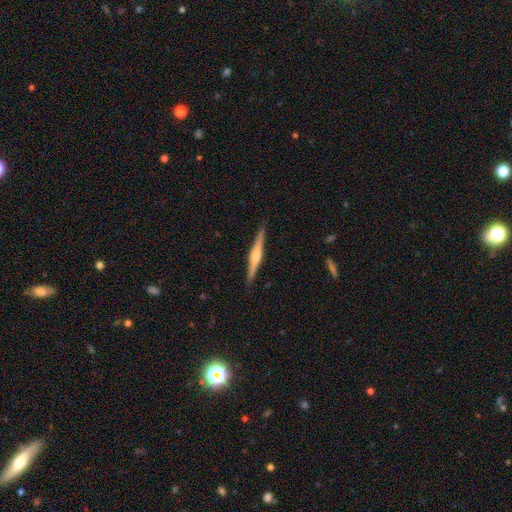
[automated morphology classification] Q: Smooth or featured?
A: featured or disk (71%); runner-up: smooth (23%)
Q: Edge-on disk?
A: yes (98%); runner-up: no (2%)
Q: Edge-on bulge?
A: rounded (69%); runner-up: boxy (23%)
Q: Merging?
A: none (90%); runner-up: minor disturbance (8%)